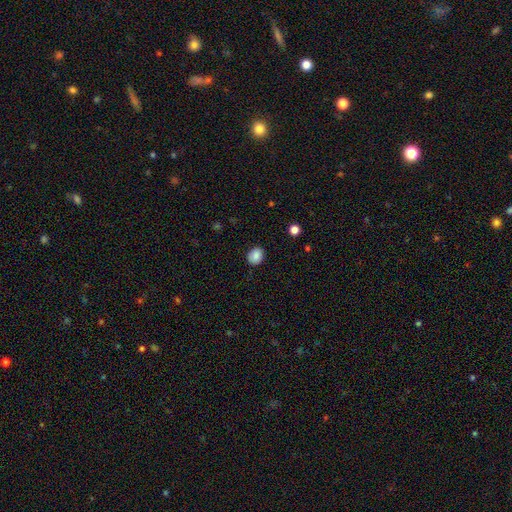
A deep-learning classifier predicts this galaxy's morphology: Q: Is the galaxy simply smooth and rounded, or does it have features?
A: smooth — 85%.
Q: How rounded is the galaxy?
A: round — 56%.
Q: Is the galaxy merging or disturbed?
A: none — 85%.